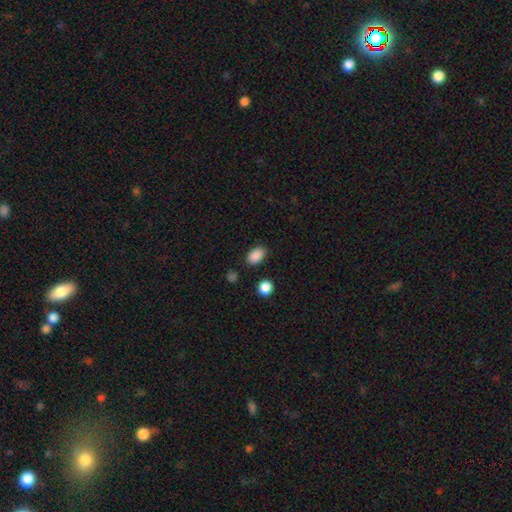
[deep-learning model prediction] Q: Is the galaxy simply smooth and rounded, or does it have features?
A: smooth — 88%.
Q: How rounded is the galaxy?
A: in between — 86%.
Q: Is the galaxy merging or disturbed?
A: none — 86%.